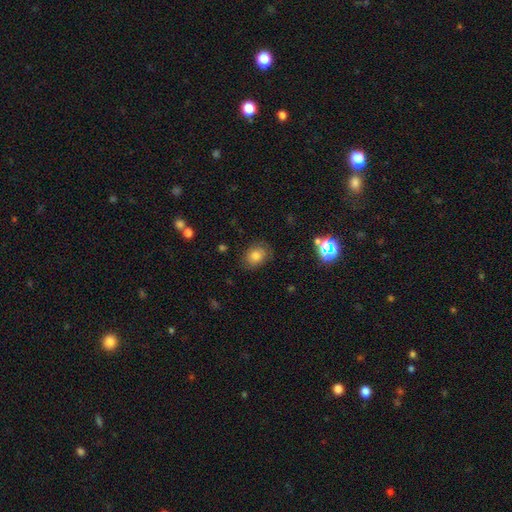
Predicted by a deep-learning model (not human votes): This is likely a smooth galaxy (73%). How rounded: possibly in between (50%). Merging: likely none (80%).